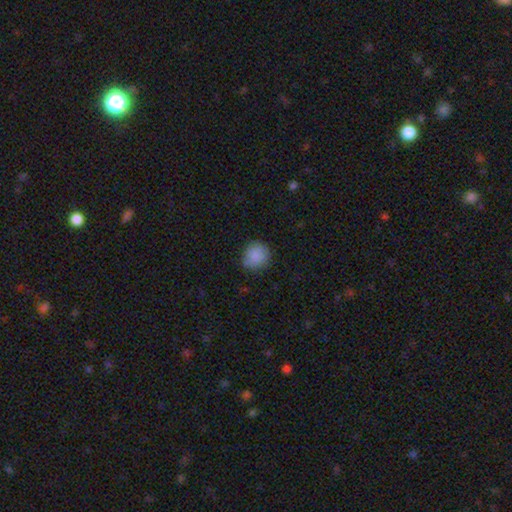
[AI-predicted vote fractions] Overall: smooth (86%). How rounded: round (89%). Merging: none (79%).